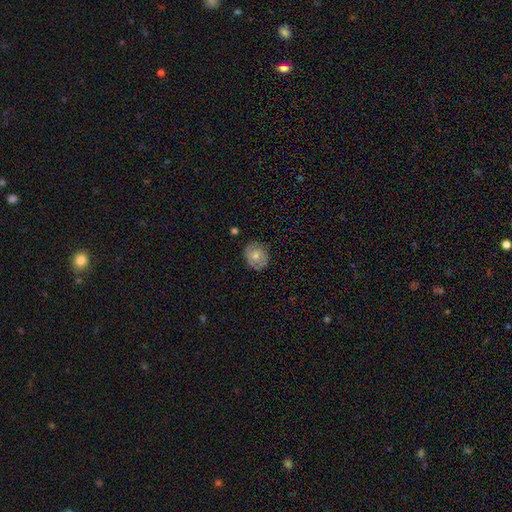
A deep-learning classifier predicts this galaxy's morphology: type=smooth (68%); roundness=round (73%); merging=none (79%).